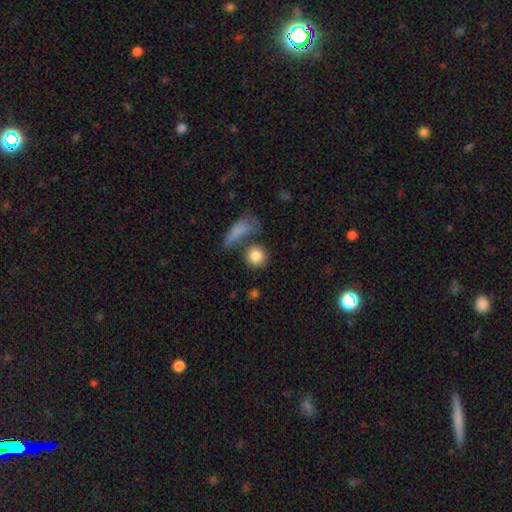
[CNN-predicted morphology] A smooth galaxy with no disk features (83%) that is round (84%).

Vote fractions:
- Smooth or featured? smooth: 83% / featured or disk: 9% / star or artifact: 8%
- How rounded? round: 84% / in between: 13% / cigar-shaped: 3%
- Merging? none: 63% / merger: 18% / minor disturbance: 12% / major disturbance: 6%